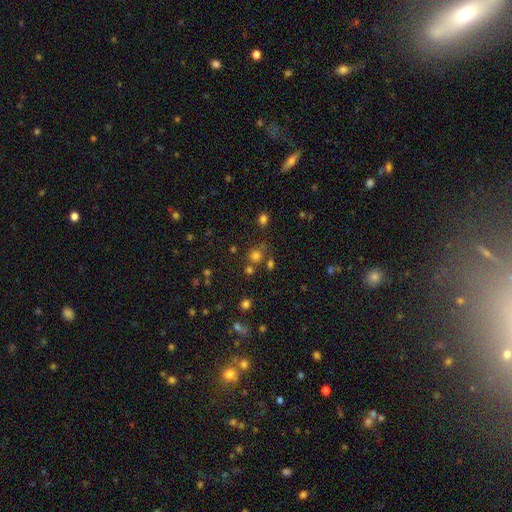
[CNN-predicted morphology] Smooth or featured: smooth — 70% (star or artifact — 23%)
How rounded: round — 84% (in between — 15%)
Merging: none — 66% (merger — 17%)